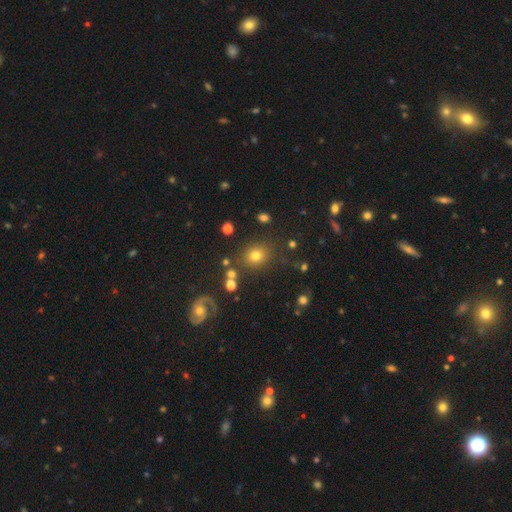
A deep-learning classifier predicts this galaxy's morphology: smooth 69%, star or artifact 17%, featured or disk 14%. Down the decision tree: how rounded — round (70%); merging — none (81%).